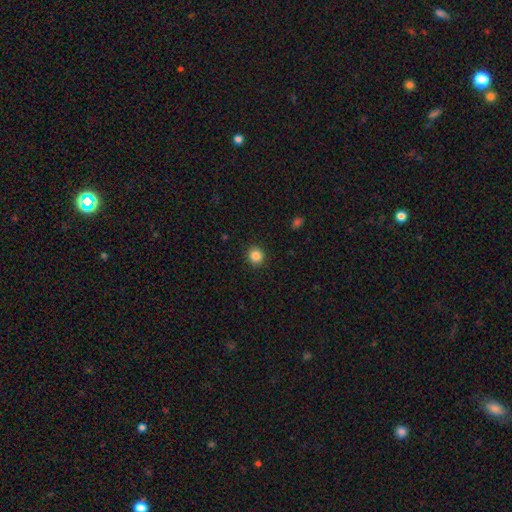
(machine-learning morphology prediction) This is clearly a smooth galaxy (85%). How rounded: clearly round (90%). Merging: clearly none (92%).